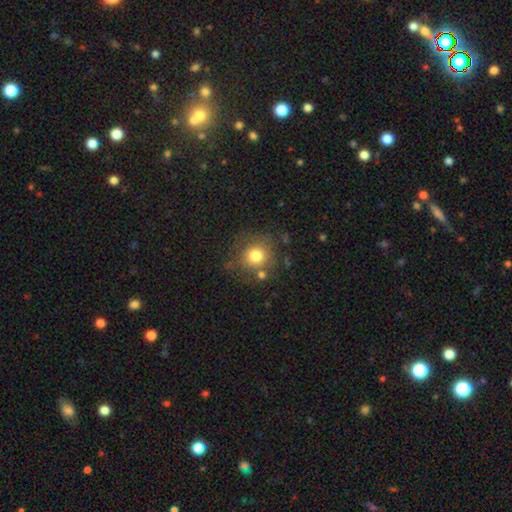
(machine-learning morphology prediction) A smooth galaxy with no disk features (77%) that is round (90%). Merging: none (75%).